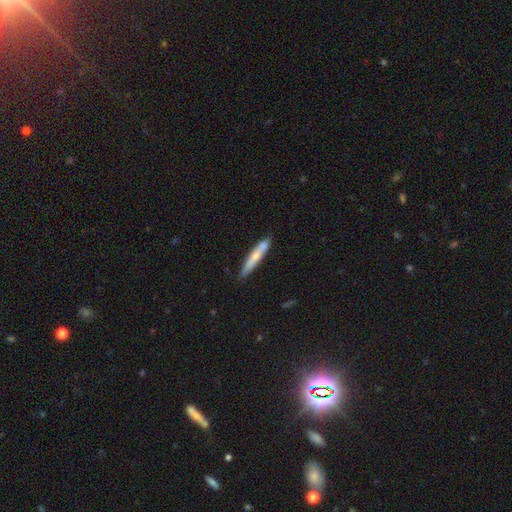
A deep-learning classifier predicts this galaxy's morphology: smooth_or_featured: smooth (p=0.57) [alt: featured or disk p=0.37]
how_rounded: cigar-shaped (p=0.91) [alt: in between p=0.07]
merging: none (p=0.79) [alt: minor disturbance p=0.15]